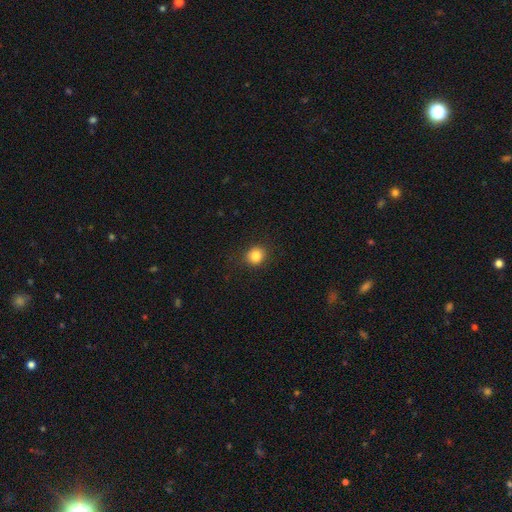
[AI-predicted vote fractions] A smooth galaxy with no disk features (84%) that is round (86%).

Vote fractions:
- Smooth or featured? smooth: 84% / star or artifact: 11% / featured or disk: 5%
- How rounded? round: 86% / in between: 13% / cigar-shaped: 1%
- Merging? none: 90% / minor disturbance: 7% / major disturbance: 2% / merger: 1%